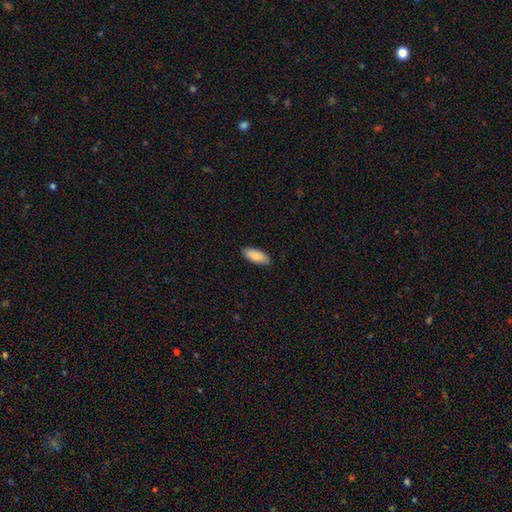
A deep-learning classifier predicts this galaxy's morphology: type=smooth (88%); roundness=in between (84%); merging=none (87%).